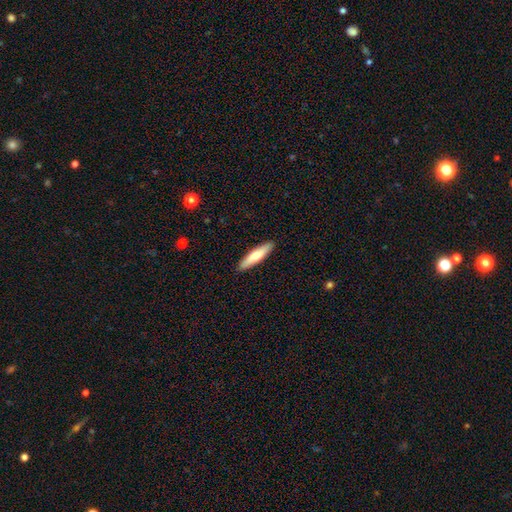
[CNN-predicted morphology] Smooth or featured?
  - smooth: 68% *
  - featured or disk: 27%
  - star or artifact: 5%
How rounded?
  - cigar-shaped: 82% *
  - in between: 16%
  - round: 1%
Merging?
  - none: 91% *
  - minor disturbance: 7%
  - major disturbance: 1%
  - merger: 1%